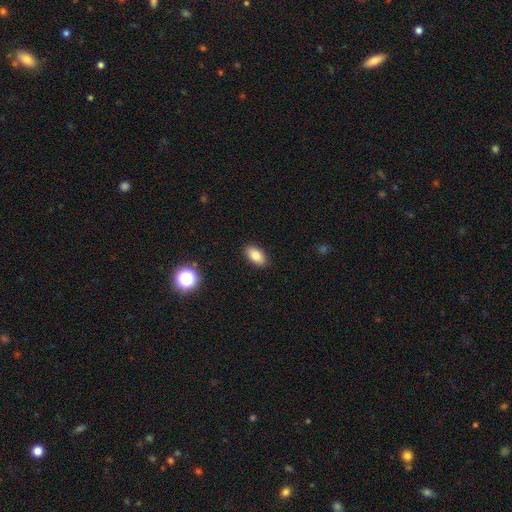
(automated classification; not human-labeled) smooth_or_featured: smooth (p=0.81) [alt: featured or disk p=0.10]
how_rounded: in between (p=0.92) [alt: round p=0.05]
merging: none (p=0.89) [alt: minor disturbance p=0.08]